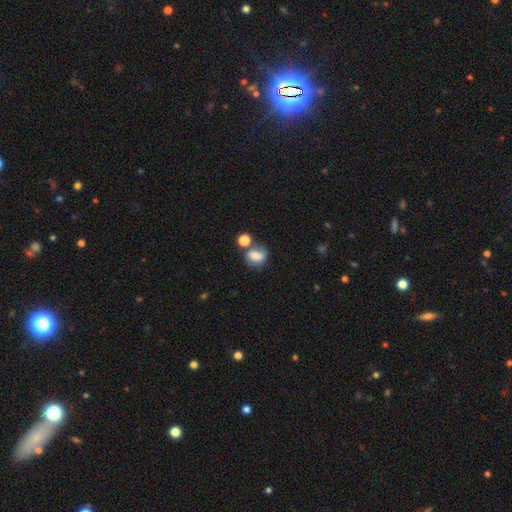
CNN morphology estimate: This appears to be a smooth galaxy with no disk features (73%) that is in between round and cigar-shaped (57%). Merging: none (41%).